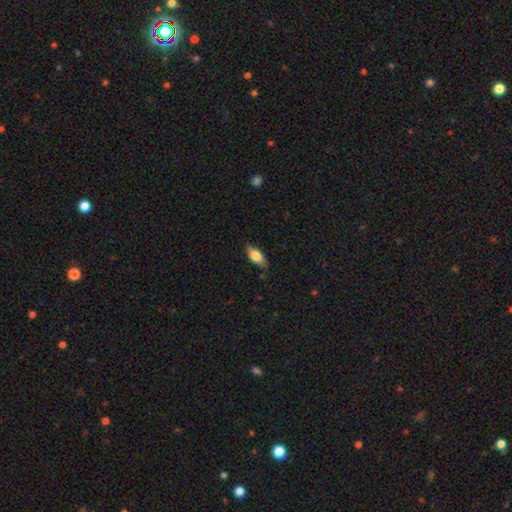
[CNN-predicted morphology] Q: Smooth or featured?
A: smooth (69%); runner-up: featured or disk (24%)
Q: How rounded?
A: in between (78%); runner-up: cigar-shaped (19%)
Q: Merging?
A: none (78%); runner-up: minor disturbance (17%)